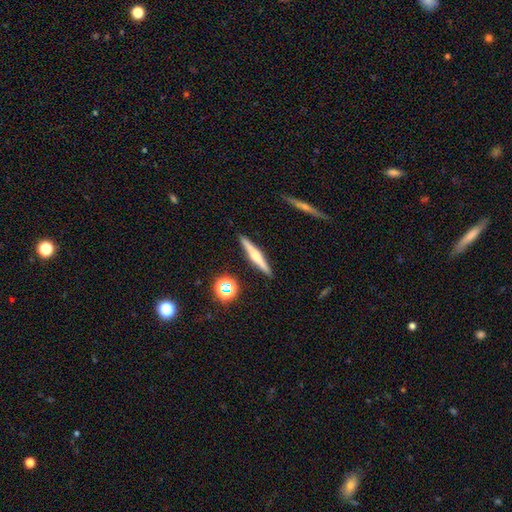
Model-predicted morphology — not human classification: Smooth or featured: featured or disk — 61% (smooth — 32%)
Edge-on disk: yes — 97% (no — 3%)
Edge-on bulge: rounded — 81% (boxy — 10%)
Merging: none — 90% (minor disturbance — 6%)